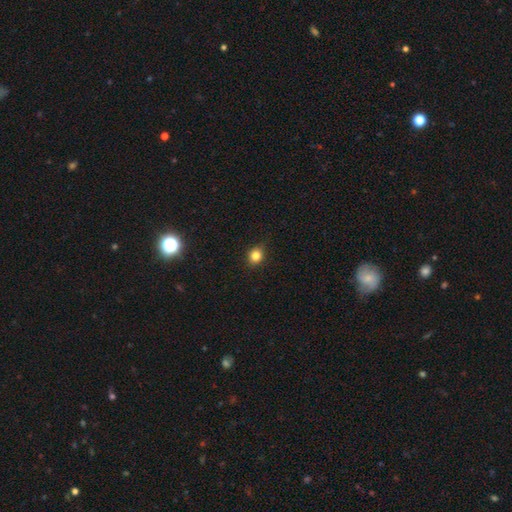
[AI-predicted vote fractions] A smooth galaxy with no disk features (82%) that is round (73%).

Vote fractions:
- Smooth or featured? smooth: 82% / star or artifact: 13% / featured or disk: 5%
- How rounded? round: 73% / in between: 26% / cigar-shaped: 1%
- Merging? none: 88% / minor disturbance: 9% / major disturbance: 2% / merger: 1%